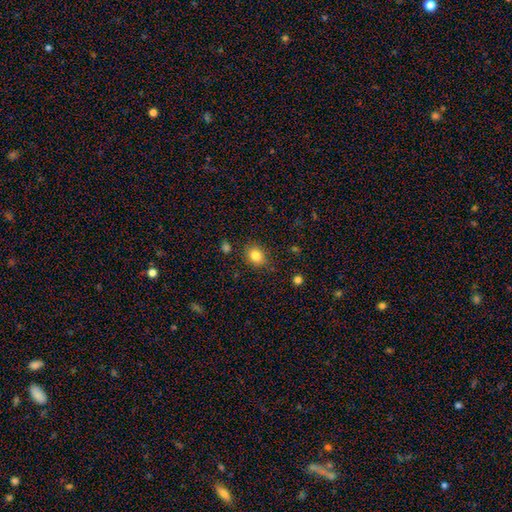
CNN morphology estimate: Smooth or featured?
  - smooth: 83% *
  - star or artifact: 10%
  - featured or disk: 7%
How rounded?
  - round: 60% *
  - in between: 39%
  - cigar-shaped: 1%
Merging?
  - none: 82% *
  - minor disturbance: 13%
  - major disturbance: 3%
  - merger: 3%